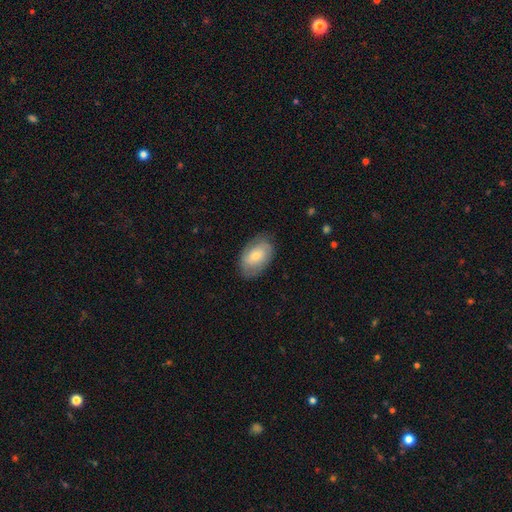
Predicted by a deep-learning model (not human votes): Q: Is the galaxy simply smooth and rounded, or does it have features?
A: smooth — 58%.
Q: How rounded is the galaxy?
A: in between — 90%.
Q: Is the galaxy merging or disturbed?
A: none — 77%.